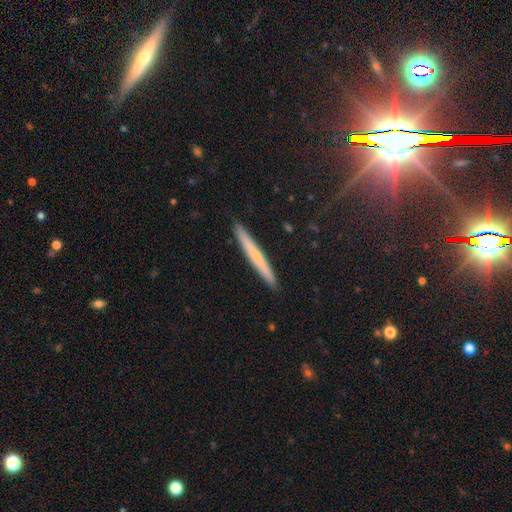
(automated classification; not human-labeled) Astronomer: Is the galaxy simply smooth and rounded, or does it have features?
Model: smooth — 55% (runner-up: featured or disk, 38%).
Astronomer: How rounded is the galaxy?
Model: cigar-shaped — 97%.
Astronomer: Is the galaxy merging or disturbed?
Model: none — 92%.